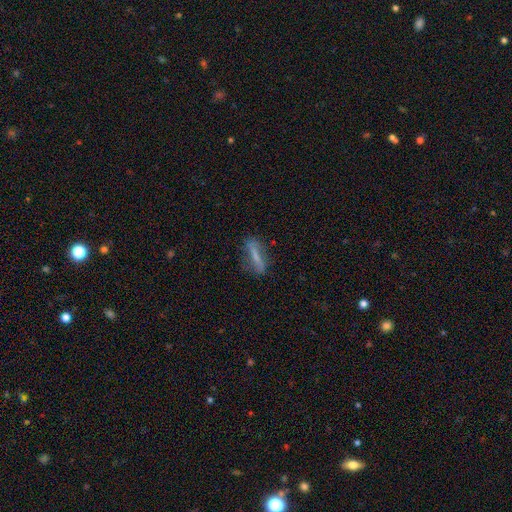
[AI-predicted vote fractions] Morphology: type=smooth (52%); roundness=cigar-shaped (65%); merging=none (68%).